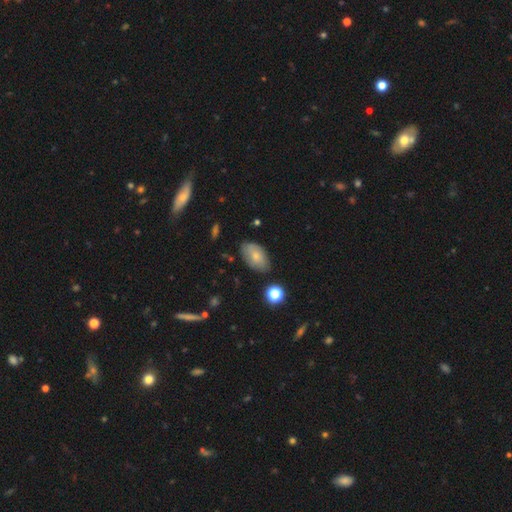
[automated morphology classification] A smooth galaxy with no disk features (73%) that is in between round and cigar-shaped (92%).

Vote fractions:
- Smooth or featured? smooth: 73% / featured or disk: 19% / star or artifact: 8%
- How rounded? in between: 92% / round: 6% / cigar-shaped: 2%
- Merging? none: 77% / minor disturbance: 17% / major disturbance: 4% / merger: 3%